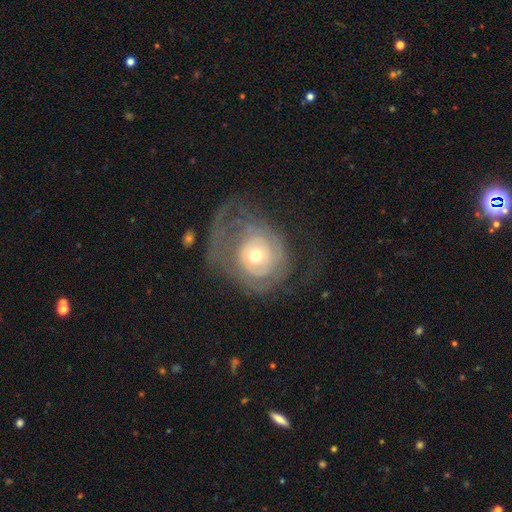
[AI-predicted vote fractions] Q: Smooth or featured?
A: featured or disk (69%); runner-up: smooth (25%)
Q: Edge-on disk?
A: no (96%); runner-up: yes (4%)
Q: Bar?
A: no (82%); runner-up: weak (14%)
Q: Spiral arms?
A: yes (63%); runner-up: no (37%)
Q: Bulge size?
A: moderate (62%); runner-up: small (29%)
Q: Merging?
A: major disturbance (40%); runner-up: none (39%)